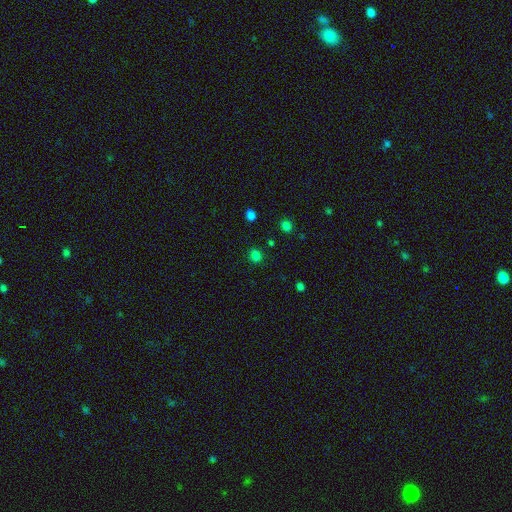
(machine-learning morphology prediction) Smooth or featured: smooth — 78% (star or artifact — 19%)
How rounded: round — 65% (in between — 34%)
Merging: none — 85% (minor disturbance — 10%)